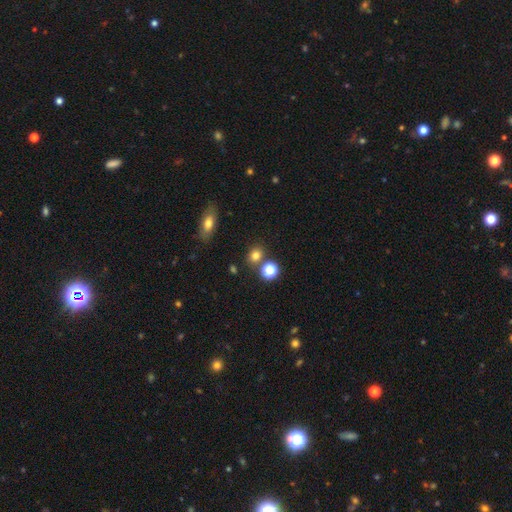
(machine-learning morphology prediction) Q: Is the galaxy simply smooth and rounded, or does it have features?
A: smooth — 76%.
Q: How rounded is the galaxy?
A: round — 67%.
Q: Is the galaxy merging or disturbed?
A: none — 73%.